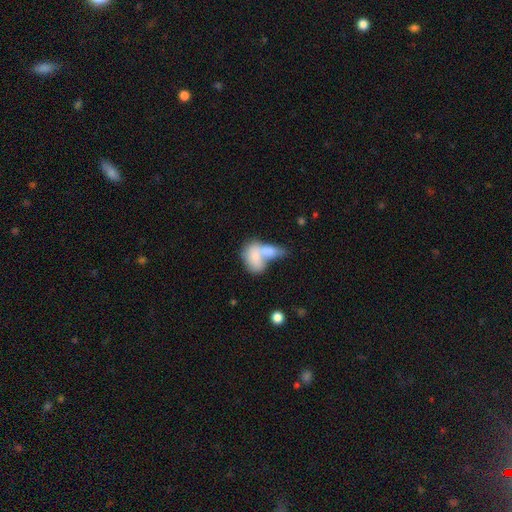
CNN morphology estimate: Q: Smooth or featured?
A: smooth (75%); runner-up: featured or disk (19%)
Q: How rounded?
A: in between (83%); runner-up: round (13%)
Q: Merging?
A: merger (73%); runner-up: none (14%)